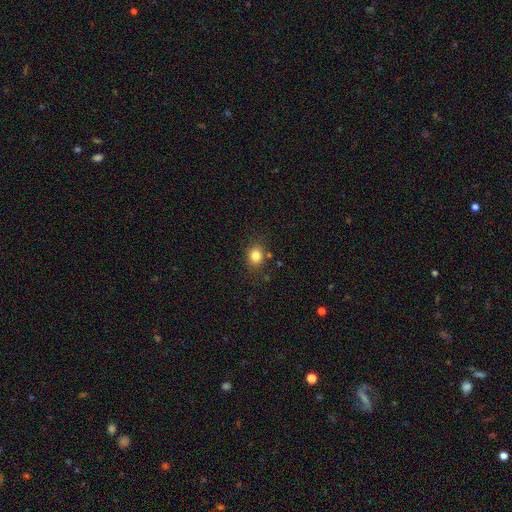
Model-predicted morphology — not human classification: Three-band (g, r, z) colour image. It shows a smooth galaxy with no disk features (82%) that is round (63%). Merging: none (83%).